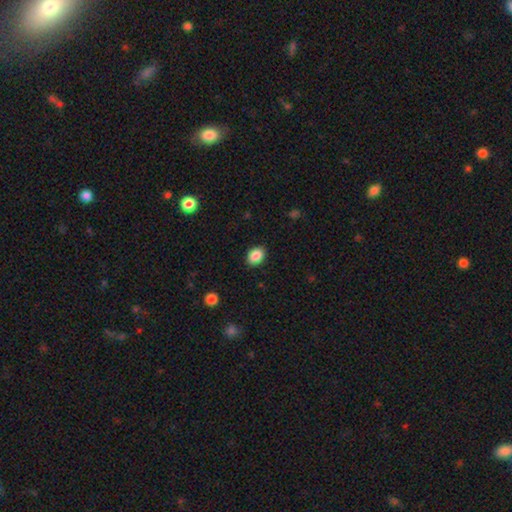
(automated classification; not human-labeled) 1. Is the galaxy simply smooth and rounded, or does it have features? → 88% smooth, 8% star or artifact, 4% featured or disk.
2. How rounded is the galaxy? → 64% in between, 35% round, 1% cigar-shaped.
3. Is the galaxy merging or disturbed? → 88% none, 8% minor disturbance, 2% major disturbance, 1% merger.